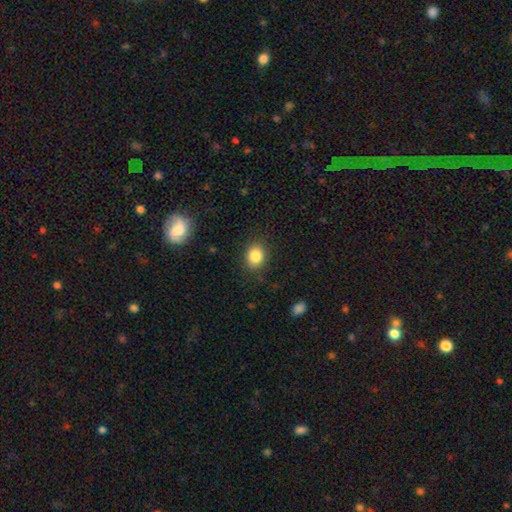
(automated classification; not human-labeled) Smooth or featured? Predicted: smooth (p=0.84). How rounded? Predicted: in between (p=0.50). Merging? Predicted: none (p=0.85).